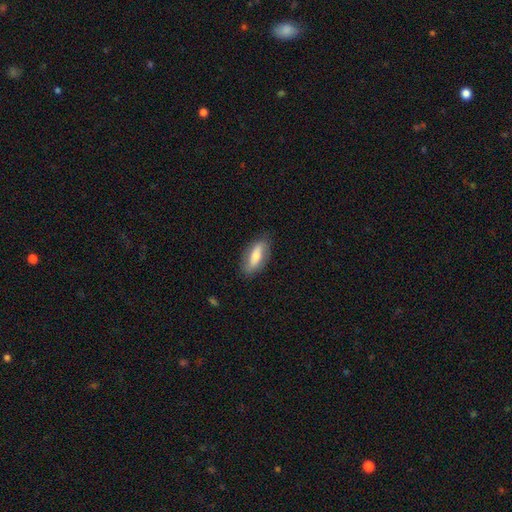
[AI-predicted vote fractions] smooth_or_featured: smooth (p=0.63) [alt: featured or disk p=0.30]
how_rounded: in between (p=0.71) [alt: cigar-shaped p=0.26]
merging: none (p=0.80) [alt: minor disturbance p=0.15]